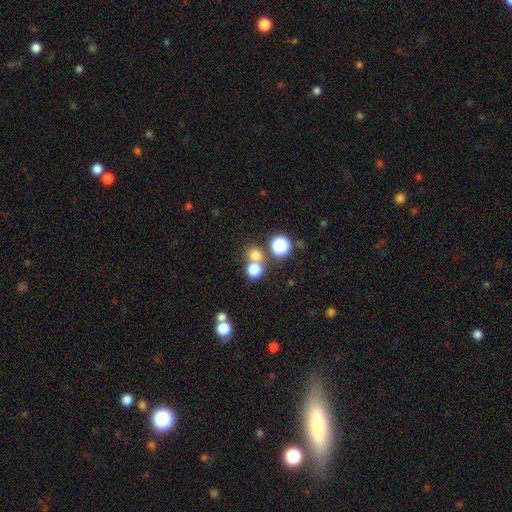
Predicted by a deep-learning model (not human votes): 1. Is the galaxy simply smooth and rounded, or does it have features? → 73% smooth, 19% star or artifact, 7% featured or disk.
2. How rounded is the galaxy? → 82% round, 17% in between, 1% cigar-shaped.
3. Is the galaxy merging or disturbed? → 57% none, 33% merger, 7% minor disturbance, 3% major disturbance.